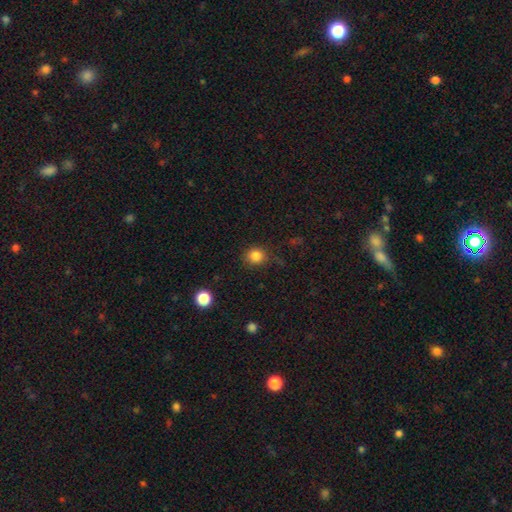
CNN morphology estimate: type=smooth (83%); roundness=round (83%); merging=none (79%).